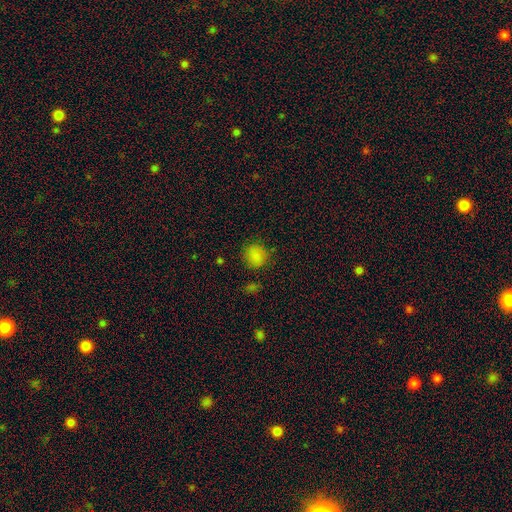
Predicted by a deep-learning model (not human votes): This is clearly a smooth galaxy (83%). How rounded: clearly round (87%). Merging: clearly none (83%).